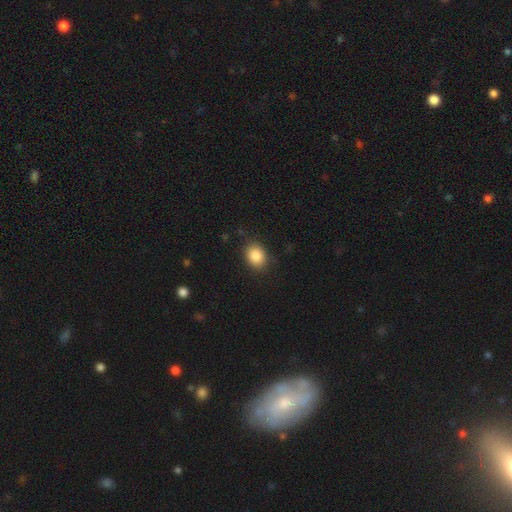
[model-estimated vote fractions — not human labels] Smooth or featured: smooth — 86% (star or artifact — 9%)
How rounded: round — 51% (in between — 49%)
Merging: none — 86% (minor disturbance — 10%)